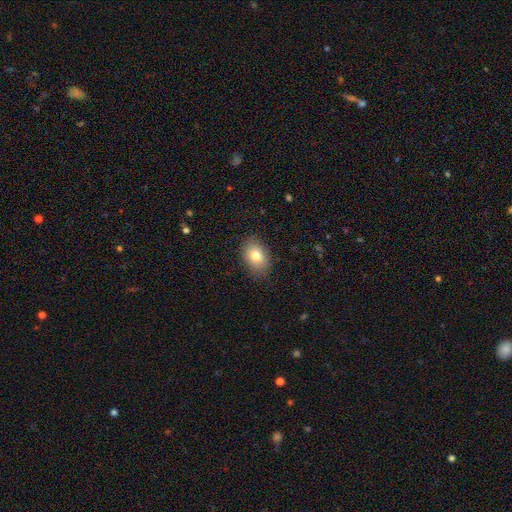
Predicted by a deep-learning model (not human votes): Smooth or featured: smooth — 79% (featured or disk — 12%)
How rounded: in between — 76% (round — 23%)
Merging: none — 85% (minor disturbance — 11%)